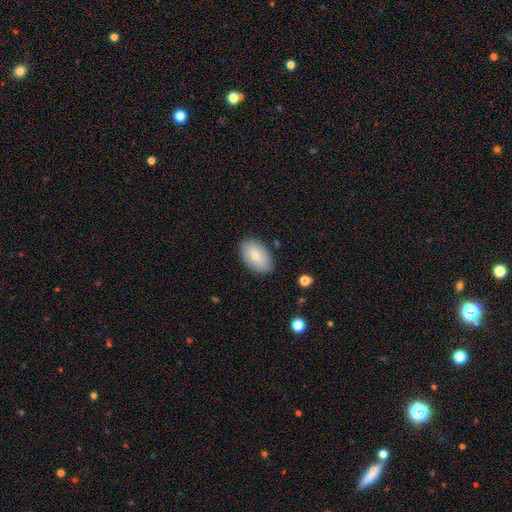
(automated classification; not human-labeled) smooth_or_featured: smooth (p=0.74) [alt: featured or disk p=0.19]
how_rounded: in between (p=0.92) [alt: round p=0.07]
merging: none (p=0.83) [alt: minor disturbance p=0.13]